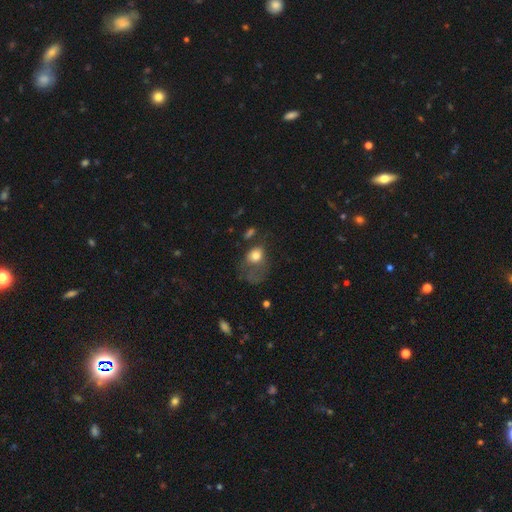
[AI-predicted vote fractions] Smooth or featured? smooth (70%)
How rounded? in between (57%)
Merging? major disturbance (56%)